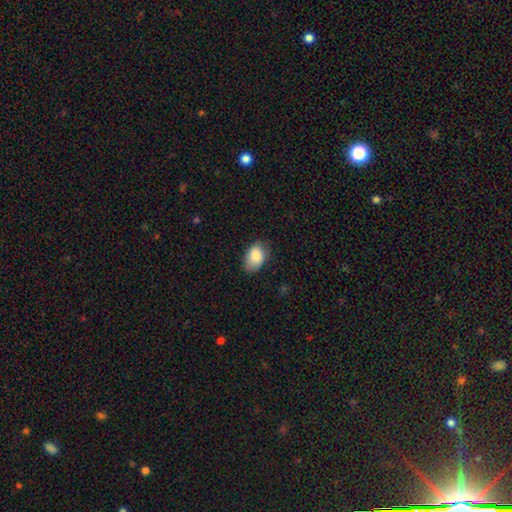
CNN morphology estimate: Smooth or featured: smooth — 84% (featured or disk — 8%)
How rounded: in between — 84% (round — 15%)
Merging: none — 72% (minor disturbance — 23%)